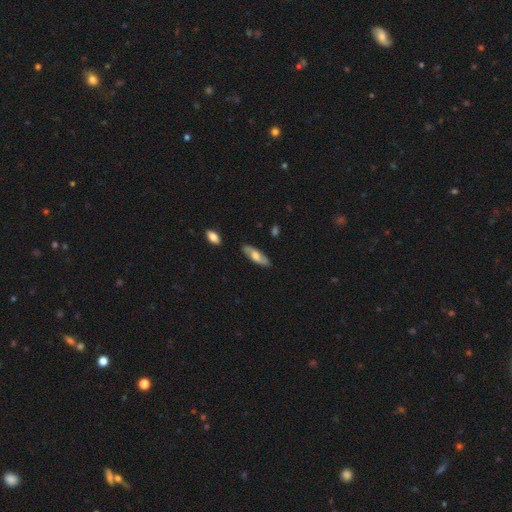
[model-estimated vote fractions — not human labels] A featured or disk galaxy (49%).

Vote fractions:
- Smooth or featured? featured or disk: 49% / smooth: 45% / star or artifact: 6%
- Merging? none: 83% / minor disturbance: 13% / major disturbance: 3% / merger: 2%